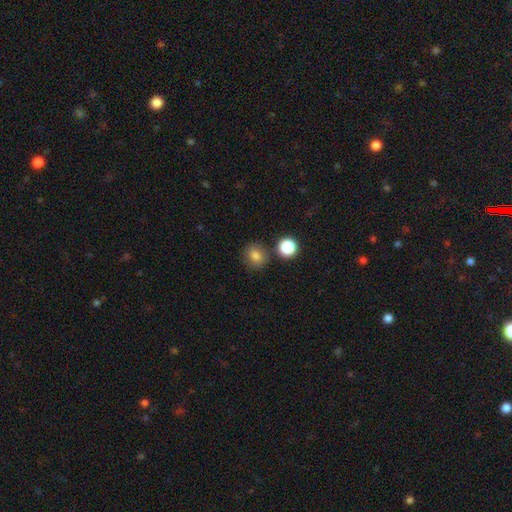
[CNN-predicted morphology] Smooth or featured? Predicted: smooth (p=0.79). How rounded? Predicted: round (p=0.76). Merging? Predicted: none (p=0.78).